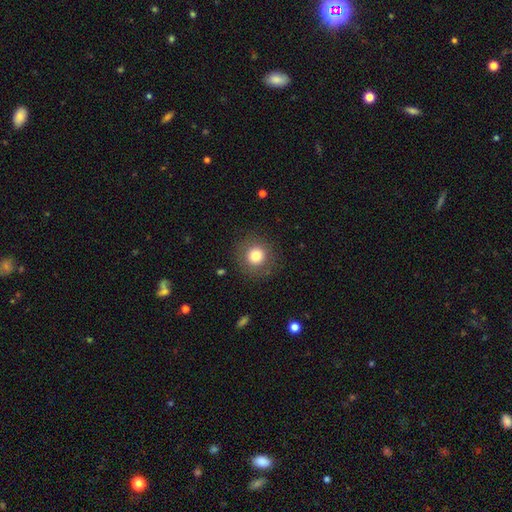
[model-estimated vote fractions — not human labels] A smooth galaxy with no disk features (79%) that is round (94%). Merging: none (88%).